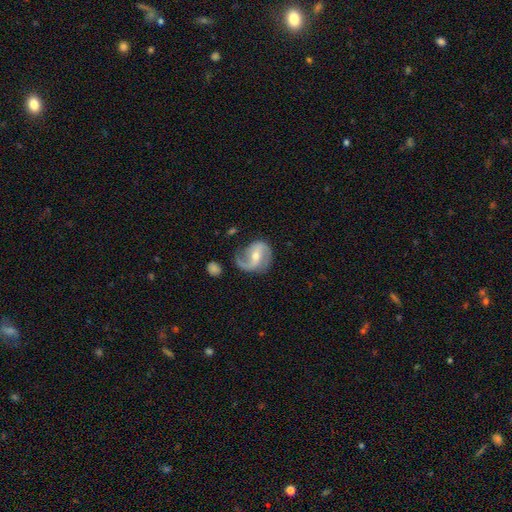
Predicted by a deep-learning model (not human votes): A featured or disk galaxy (84%) with a weak bar (44%), 2 (80%) loose (48%) spiral arms (95%) and a moderate central bulge (52%).

Vote fractions:
- Smooth or featured? featured or disk: 84% / smooth: 11% / star or artifact: 5%
- Edge-on disk? no: 97% / yes: 3%
- Bar? weak: 44% / strong: 34% / no: 22%
- Spiral arms? yes: 95% / no: 5%
- Spiral winding? loose: 48% / medium: 40% / tight: 12%
- Spiral arm count? 2: 80% / 1: 14% / can't tell: 3% / 3: 1% / 4: 1% / more than 4: 1%
- Bulge size? moderate: 52% / small: 44% / large: 2% / none: 2% / dominant: 1%
- Merging? none: 68% / minor disturbance: 19% / major disturbance: 11% / merger: 2%